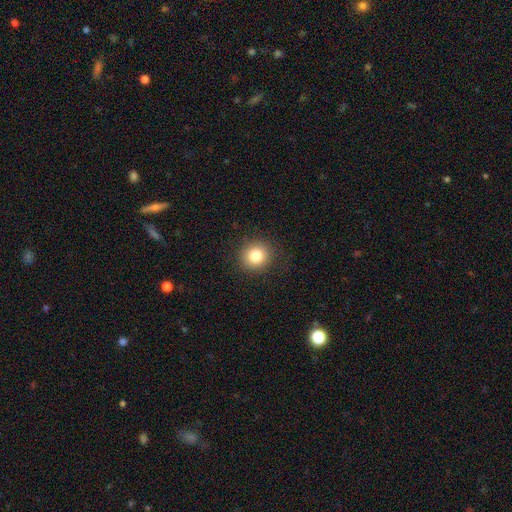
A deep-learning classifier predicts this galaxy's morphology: type=smooth (81%); roundness=round (89%); merging=none (90%).